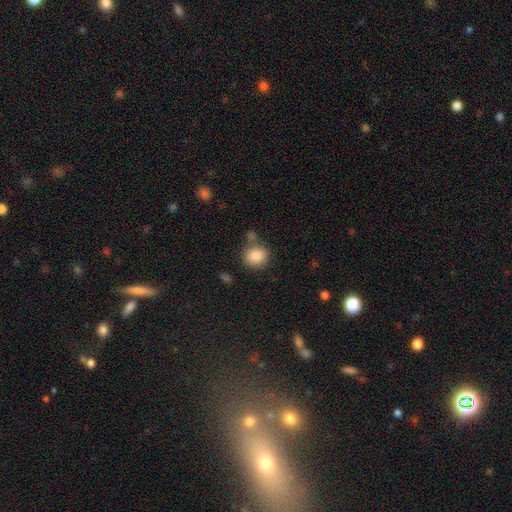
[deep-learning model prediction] Overall: smooth (86%). How rounded: round (77%). Merging: none (72%).